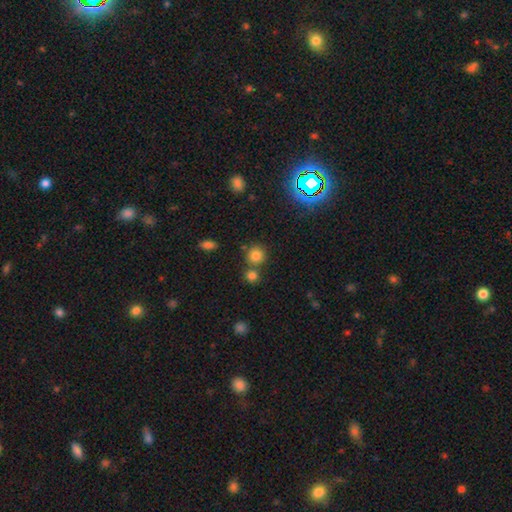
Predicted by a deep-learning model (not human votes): A smooth galaxy with no disk features (77%) that is round (90%).

Vote fractions:
- Smooth or featured? smooth: 77% / star or artifact: 16% / featured or disk: 7%
- How rounded? round: 90% / in between: 9% / cigar-shaped: 1%
- Merging? none: 69% / merger: 20% / minor disturbance: 8% / major disturbance: 3%